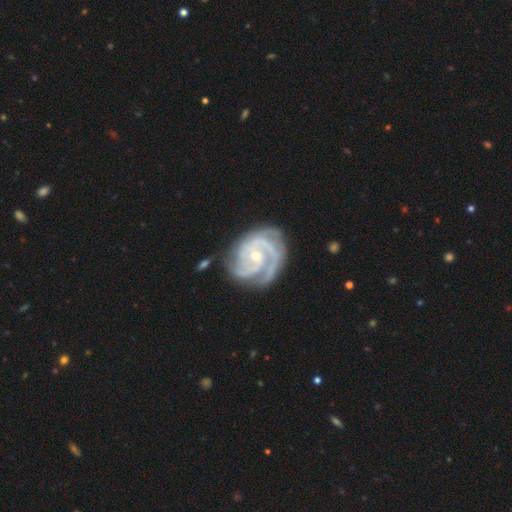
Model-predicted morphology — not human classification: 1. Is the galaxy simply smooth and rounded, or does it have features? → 93% featured or disk, 4% star or artifact, 3% smooth.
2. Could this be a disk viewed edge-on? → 98% no, 2% yes.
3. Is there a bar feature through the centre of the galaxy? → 67% no, 26% weak, 7% strong.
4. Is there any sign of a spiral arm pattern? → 99% yes, 1% no.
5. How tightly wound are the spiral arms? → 64% tight, 32% medium, 4% loose.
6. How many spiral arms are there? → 51% 3, 20% 2, 10% 4, 9% can't tell, 5% 1, 5% more than 4.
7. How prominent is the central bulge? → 67% small, 30% moderate, 1% none, 1% large, 1% dominant.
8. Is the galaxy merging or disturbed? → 70% none, 21% minor disturbance, 7% major disturbance, 2% merger.